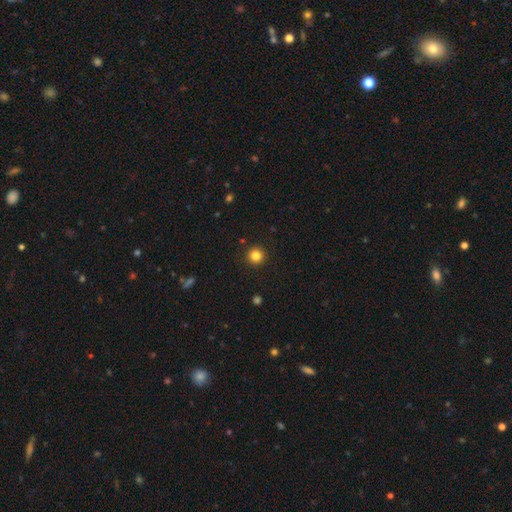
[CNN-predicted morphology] smooth_or_featured: smooth (p=0.83) [alt: star or artifact p=0.13]
how_rounded: round (p=0.96) [alt: in between p=0.03]
merging: none (p=0.93) [alt: minor disturbance p=0.04]